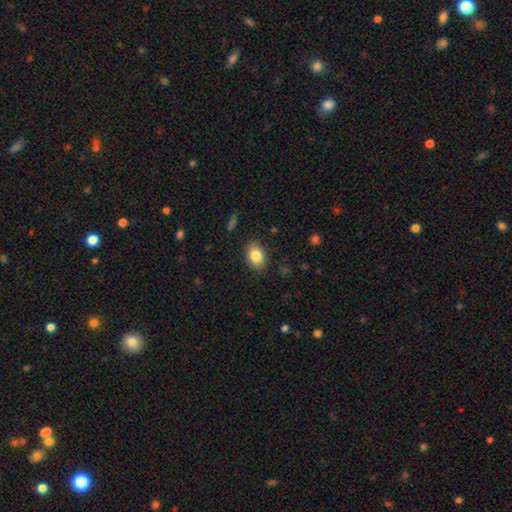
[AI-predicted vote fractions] smooth_or_featured: smooth (p=0.84) [alt: star or artifact p=0.08]
how_rounded: in between (p=0.76) [alt: round p=0.23]
merging: none (p=0.87) [alt: minor disturbance p=0.10]